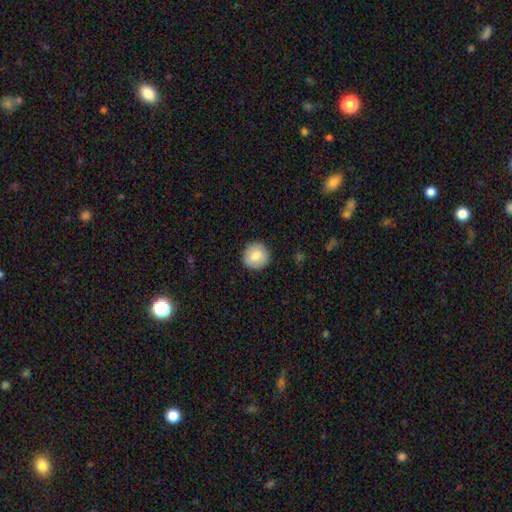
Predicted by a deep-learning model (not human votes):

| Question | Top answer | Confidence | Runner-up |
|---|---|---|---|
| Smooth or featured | smooth | 77% | featured or disk (16%) |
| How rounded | round | 91% | in between (8%) |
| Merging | none | 90% | minor disturbance (7%) |